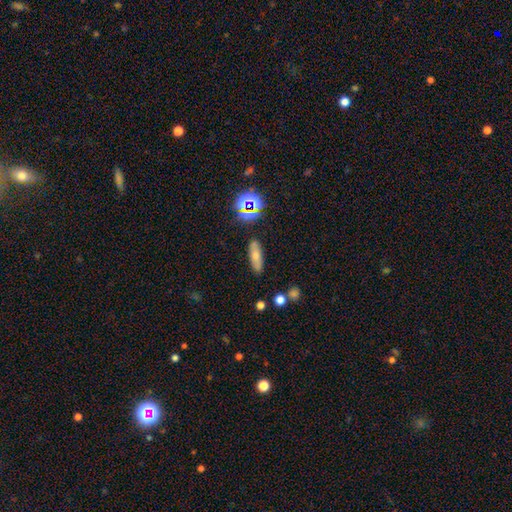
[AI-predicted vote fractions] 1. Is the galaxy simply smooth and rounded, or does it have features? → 66% smooth, 21% featured or disk, 14% star or artifact.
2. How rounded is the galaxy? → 49% in between, 46% cigar-shaped, 5% round.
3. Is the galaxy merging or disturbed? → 83% none, 11% minor disturbance, 3% merger, 3% major disturbance.